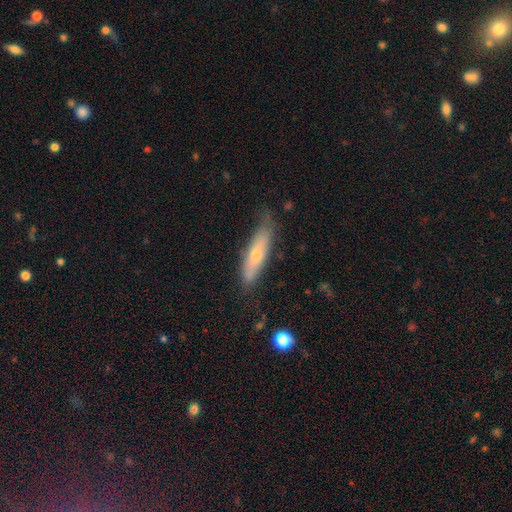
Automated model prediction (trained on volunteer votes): This appears to be a smooth galaxy with no disk features (50%) that is cigar-shaped (80%). Merging: none (75%).